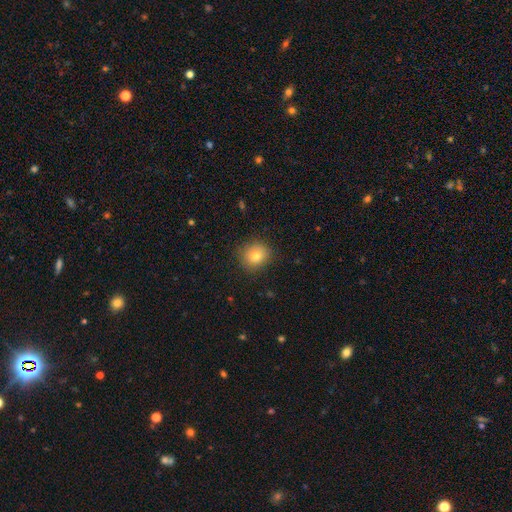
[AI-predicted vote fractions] Q: Smooth or featured?
A: smooth (79%); runner-up: star or artifact (11%)
Q: How rounded?
A: round (85%); runner-up: in between (14%)
Q: Merging?
A: none (86%); runner-up: minor disturbance (11%)